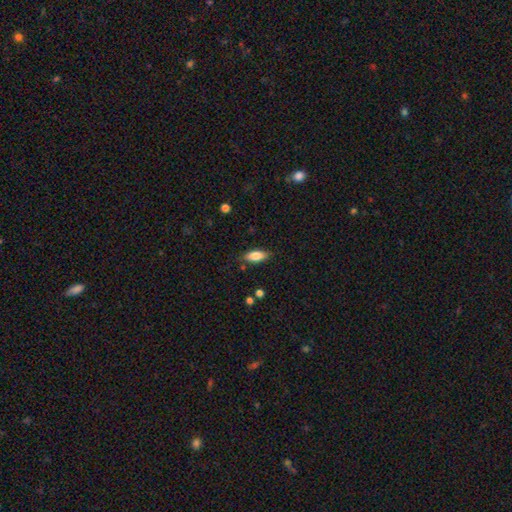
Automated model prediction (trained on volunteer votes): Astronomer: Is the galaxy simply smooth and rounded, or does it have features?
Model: smooth — 82%.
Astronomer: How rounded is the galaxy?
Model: in between — 79%.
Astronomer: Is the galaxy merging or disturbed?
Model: none — 82%.